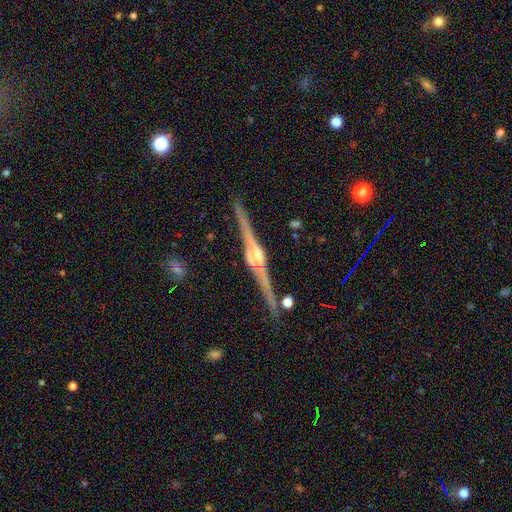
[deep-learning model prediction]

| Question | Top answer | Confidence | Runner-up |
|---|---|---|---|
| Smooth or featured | featured or disk | 89% | smooth (6%) |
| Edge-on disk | yes | 98% | no (2%) |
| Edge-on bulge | rounded | 86% | boxy (10%) |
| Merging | none | 86% | minor disturbance (10%) |